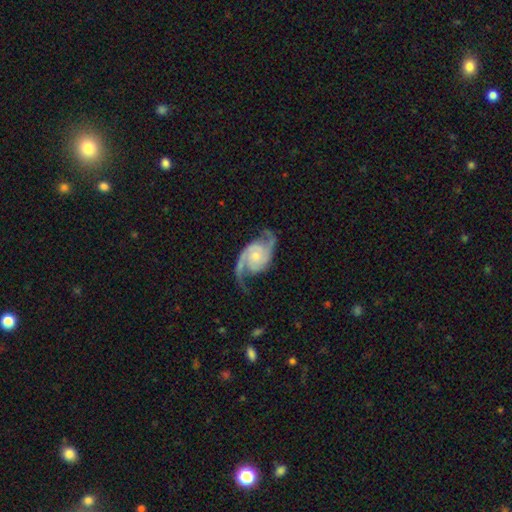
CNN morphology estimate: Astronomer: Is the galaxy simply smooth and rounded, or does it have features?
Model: featured or disk — 91%.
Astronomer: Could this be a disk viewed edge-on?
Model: no — 98%.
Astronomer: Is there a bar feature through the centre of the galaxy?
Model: no — 69%.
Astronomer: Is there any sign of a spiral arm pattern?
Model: yes — 98%.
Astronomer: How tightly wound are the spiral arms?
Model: medium — 51% (runner-up: loose, 30%).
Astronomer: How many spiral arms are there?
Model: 2 — 90%.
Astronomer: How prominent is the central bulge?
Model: small — 55% (runner-up: moderate, 37%).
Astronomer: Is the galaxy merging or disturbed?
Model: none — 70%.